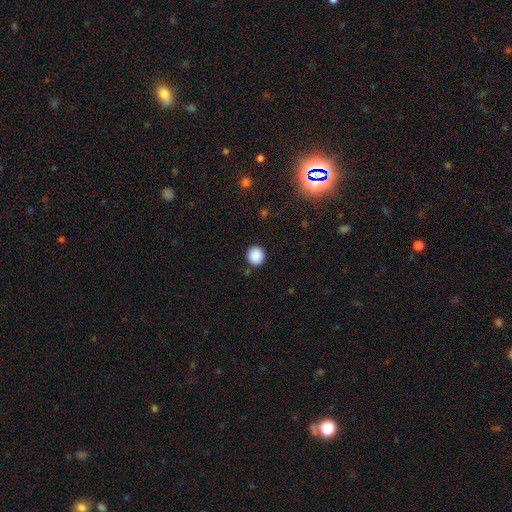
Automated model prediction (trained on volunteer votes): Smooth or featured? smooth (88%)
How rounded? round (94%)
Merging? none (90%)